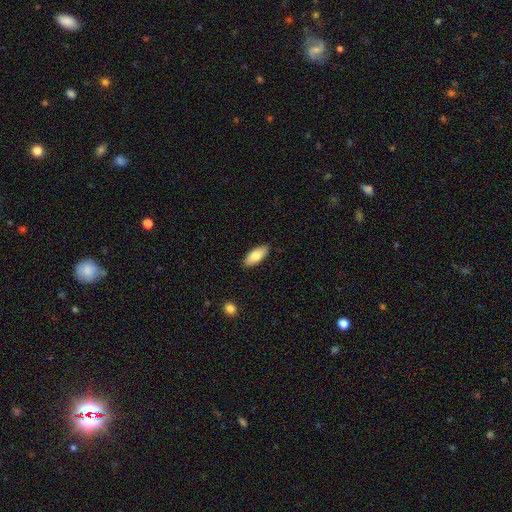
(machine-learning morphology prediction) Smooth or featured? smooth (81%)
How rounded? in between (87%)
Merging? none (88%)